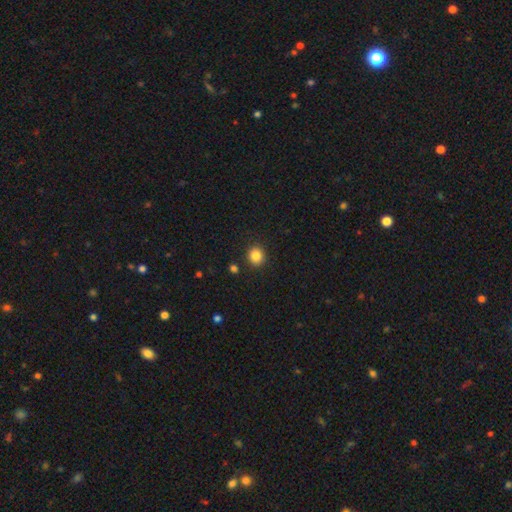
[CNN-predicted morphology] This is clearly a smooth galaxy (85%). How rounded: clearly round (84%). Merging: clearly none (89%).